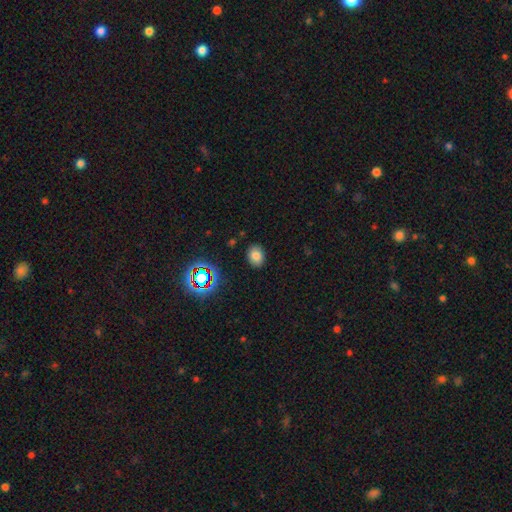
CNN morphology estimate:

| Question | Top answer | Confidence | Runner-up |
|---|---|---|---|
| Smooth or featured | smooth | 77% | star or artifact (16%) |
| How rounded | in between | 65% | round (34%) |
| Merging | none | 87% | minor disturbance (9%) |